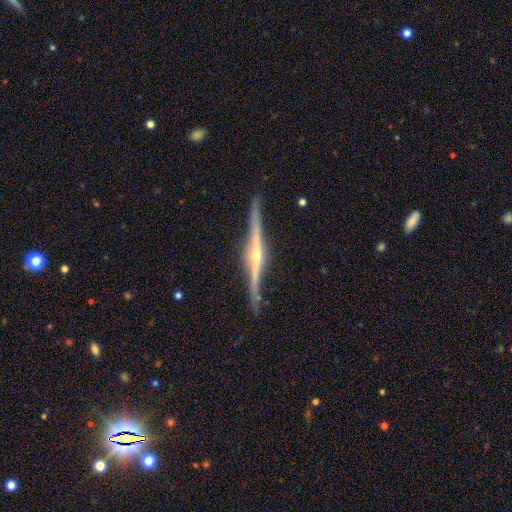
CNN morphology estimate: Smooth or featured?
  - featured or disk: 89% *
  - smooth: 6%
  - star or artifact: 5%
Edge-on disk?
  - yes: 98% *
  - no: 2%
Edge-on bulge?
  - rounded: 88% *
  - boxy: 6%
  - none: 6%
Merging?
  - none: 90% *
  - minor disturbance: 7%
  - major disturbance: 1%
  - merger: 1%